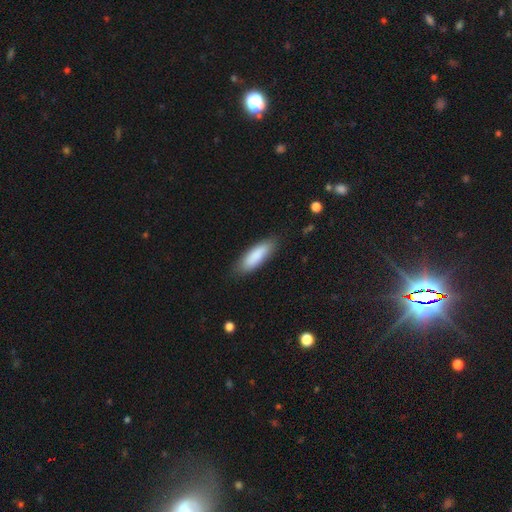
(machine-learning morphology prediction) type=smooth (87%); roundness=in between (57%); merging=none (83%).